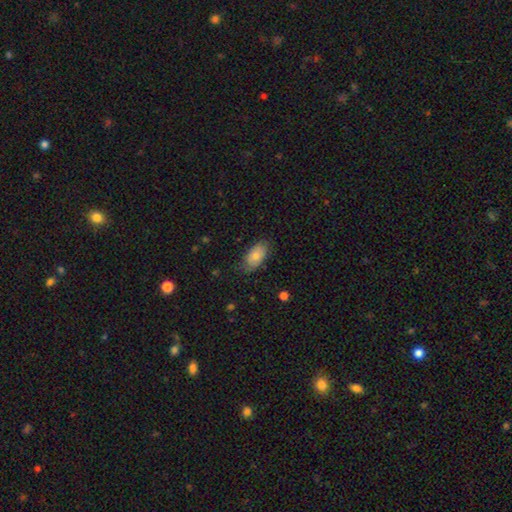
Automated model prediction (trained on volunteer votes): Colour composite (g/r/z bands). It shows a smooth galaxy with no disk features (76%) that is in between round and cigar-shaped (94%). Merging: none (72%).